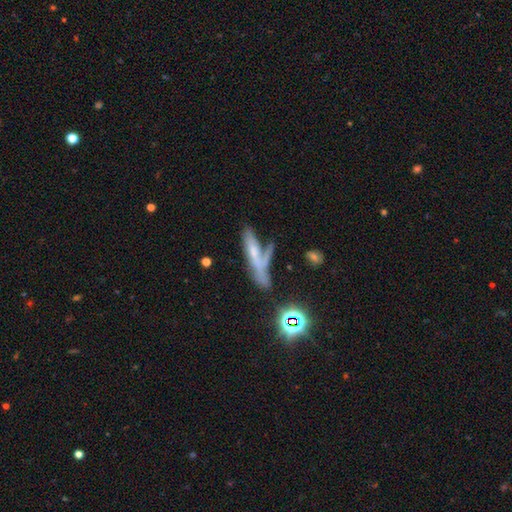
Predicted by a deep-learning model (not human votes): Smooth or featured: smooth — 41% (featured or disk — 40%)
Merging: none — 32% (merger — 31%)